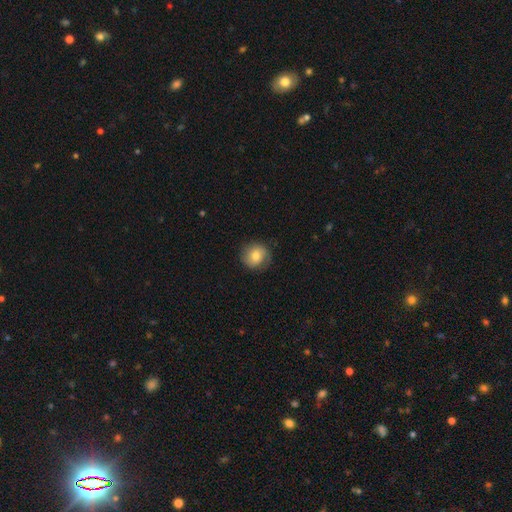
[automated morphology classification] type=smooth (71%); roundness=round (86%); merging=none (80%).